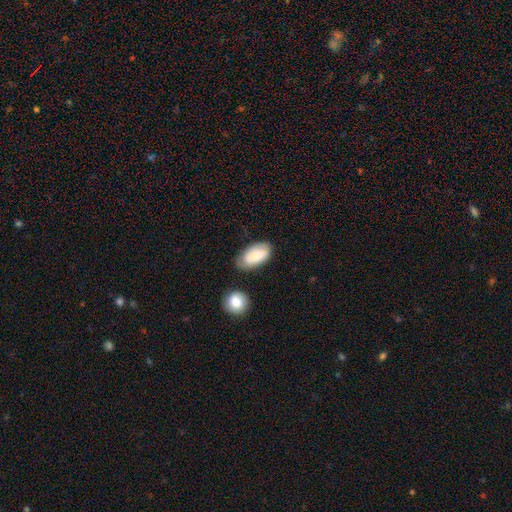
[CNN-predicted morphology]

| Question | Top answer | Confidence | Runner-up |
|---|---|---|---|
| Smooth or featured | smooth | 75% | featured or disk (18%) |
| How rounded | in between | 94% | round (4%) |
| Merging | none | 67% | minor disturbance (22%) |